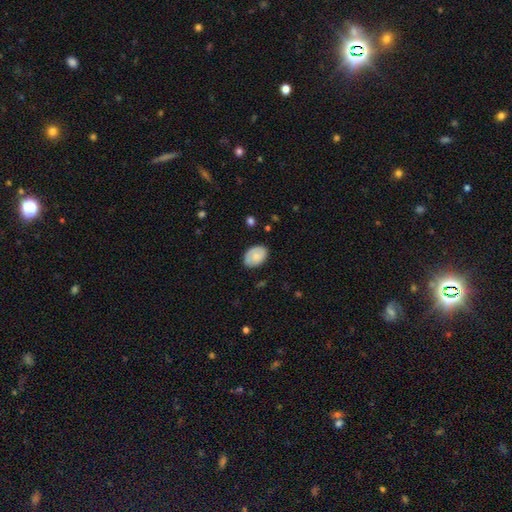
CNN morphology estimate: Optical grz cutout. It shows a smooth galaxy with no disk features (73%) that is in between round and cigar-shaped (83%). Merging: none (78%).